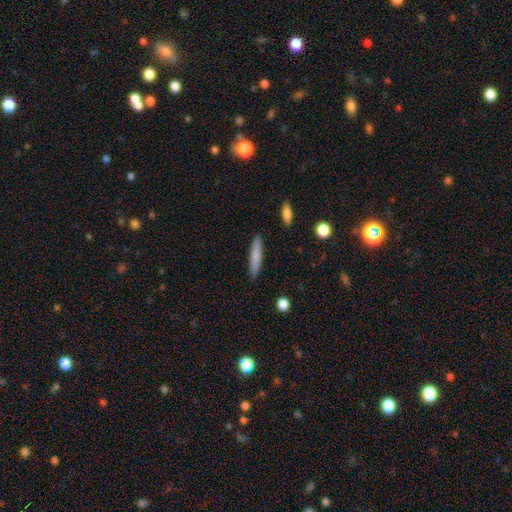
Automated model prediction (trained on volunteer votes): Smooth or featured?
  - smooth: 78% *
  - featured or disk: 15%
  - star or artifact: 6%
How rounded?
  - cigar-shaped: 88% *
  - in between: 10%
  - round: 1%
Merging?
  - none: 89% *
  - minor disturbance: 7%
  - major disturbance: 2%
  - merger: 1%